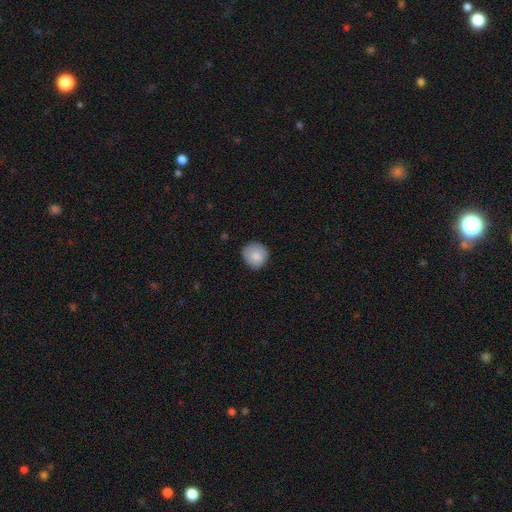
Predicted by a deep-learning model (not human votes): Smooth or featured? Predicted: smooth (p=0.85). How rounded? Predicted: round (p=0.89). Merging? Predicted: none (p=0.83).